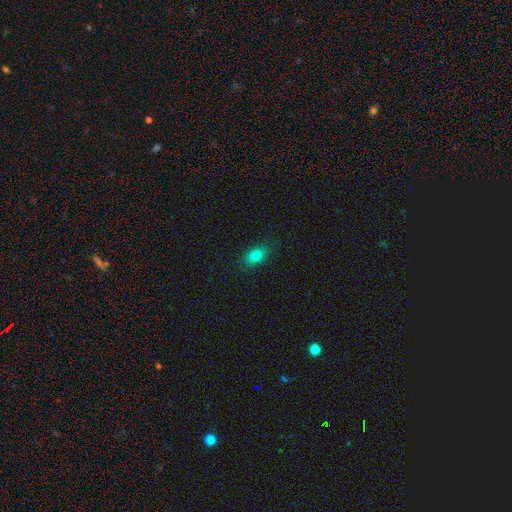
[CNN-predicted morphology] Overall: smooth (82%). How rounded: in between (86%). Merging: none (85%).